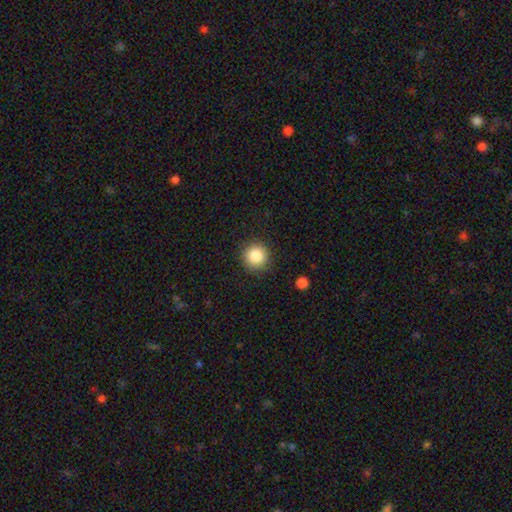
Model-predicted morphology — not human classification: The model was most divided on "smooth or featured": smooth: 85%, star or artifact: 9%, featured or disk: 5%. More confident: how rounded — round (95%); merging — none (90%).